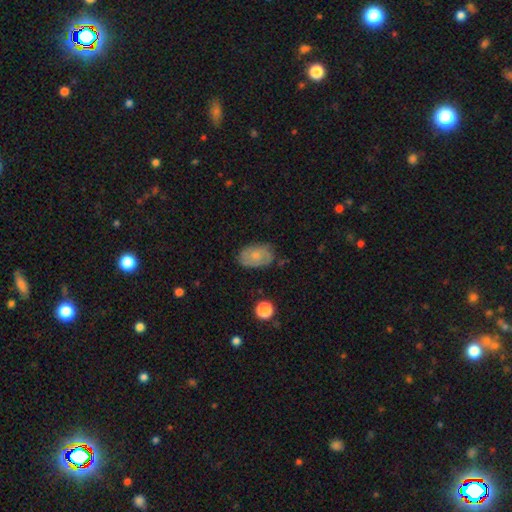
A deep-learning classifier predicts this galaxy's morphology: This appears to be a smooth galaxy with no disk features (54%) that is in between round and cigar-shaped (85%). Merging: none (72%).